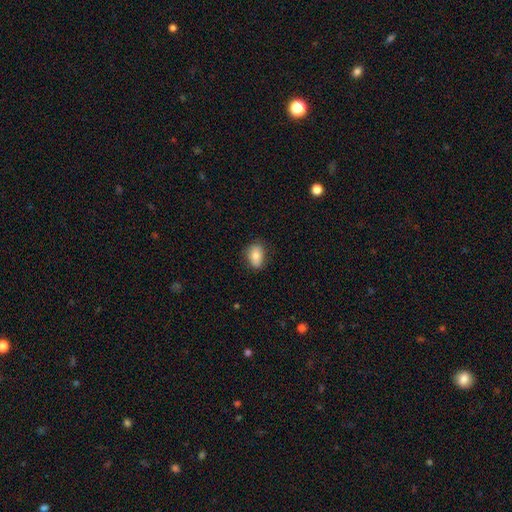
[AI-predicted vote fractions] Q: Smooth or featured?
A: smooth (81%); runner-up: featured or disk (11%)
Q: How rounded?
A: in between (81%); runner-up: round (17%)
Q: Merging?
A: none (79%); runner-up: minor disturbance (17%)